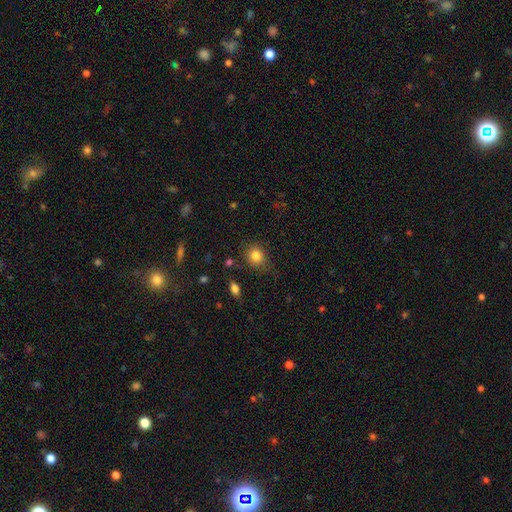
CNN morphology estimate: This appears to be a smooth galaxy with no disk features (81%) that is round (68%). Merging: none (76%).